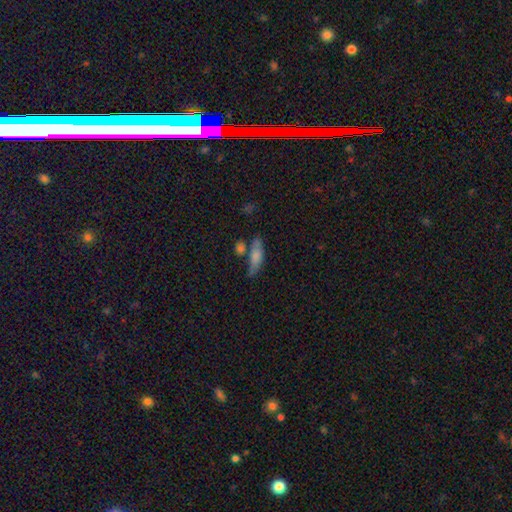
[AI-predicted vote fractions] Smooth or featured?
  - smooth: 72% *
  - featured or disk: 20%
  - star or artifact: 8%
How rounded?
  - in between: 50% *
  - cigar-shaped: 46%
  - round: 4%
Merging?
  - none: 52% *
  - minor disturbance: 21%
  - merger: 19%
  - major disturbance: 8%